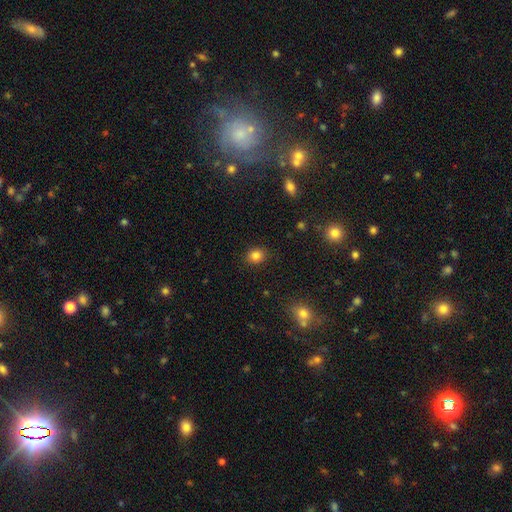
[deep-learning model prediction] smooth_or_featured: smooth (p=0.83) [alt: star or artifact p=0.12]
how_rounded: round (p=0.64) [alt: in between p=0.35]
merging: none (p=0.88) [alt: minor disturbance p=0.08]